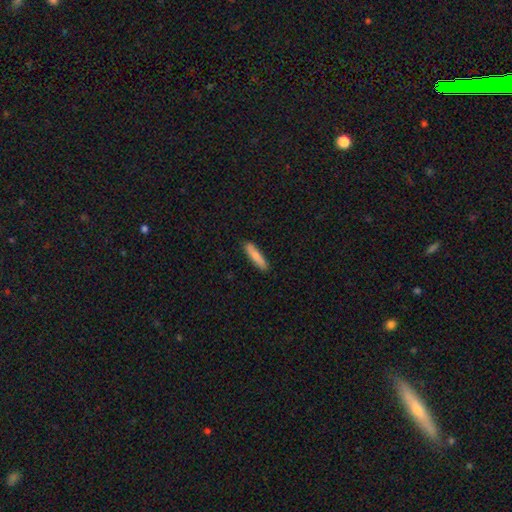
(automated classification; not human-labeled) The model was most divided on "how rounded": cigar-shaped: 82%, in between: 17%, round: 1%. More confident: merging — none (89%); smooth or featured — smooth (81%).